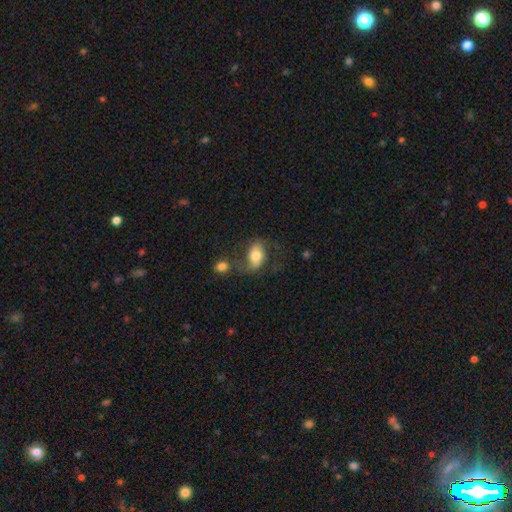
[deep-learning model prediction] A smooth galaxy with no disk features (60%) that is in between round and cigar-shaped (85%).

Vote fractions:
- Smooth or featured? smooth: 60% / featured or disk: 32% / star or artifact: 8%
- How rounded? in between: 85% / round: 12% / cigar-shaped: 2%
- Merging? none: 50% / minor disturbance: 20% / merger: 16% / major disturbance: 15%